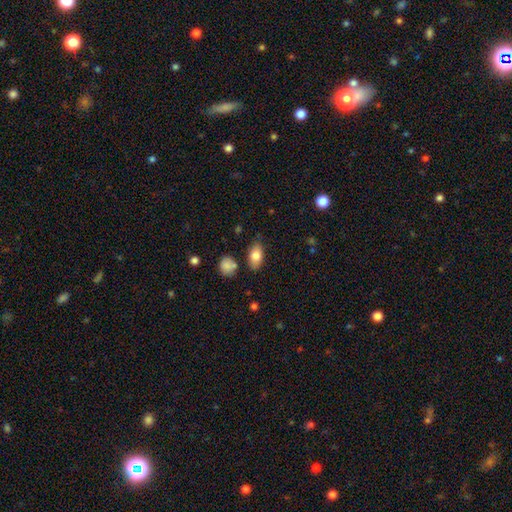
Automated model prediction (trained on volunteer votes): Morphology: type=smooth (81%); roundness=in between (89%); merging=none (78%).